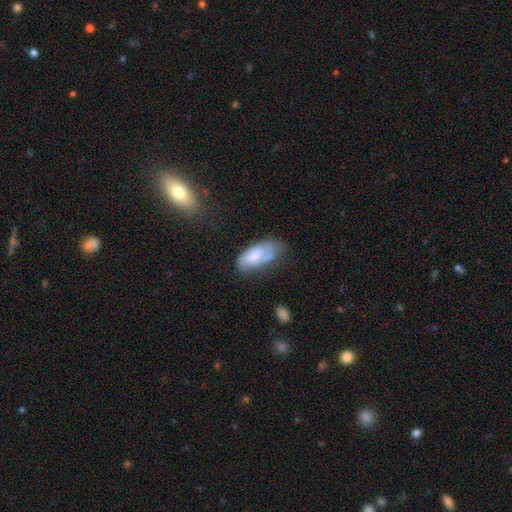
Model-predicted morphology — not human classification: Smooth or featured: smooth — 62% (featured or disk — 30%)
How rounded: in between — 90% (cigar-shaped — 7%)
Merging: none — 44% (minor disturbance — 33%)